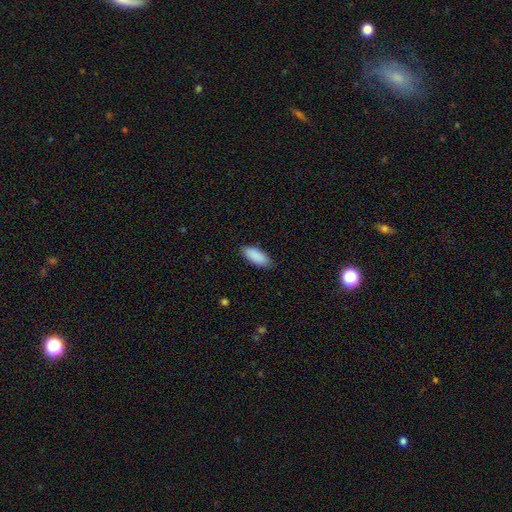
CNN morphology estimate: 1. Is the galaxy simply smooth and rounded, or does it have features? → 90% smooth, 6% star or artifact, 4% featured or disk.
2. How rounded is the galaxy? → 82% in between, 16% cigar-shaped, 2% round.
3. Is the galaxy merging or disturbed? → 85% none, 12% minor disturbance, 2% major disturbance, 1% merger.